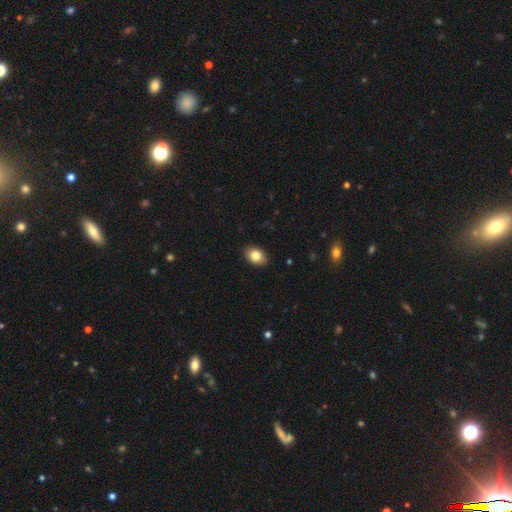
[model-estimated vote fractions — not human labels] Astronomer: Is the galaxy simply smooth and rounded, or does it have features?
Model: smooth — 84%.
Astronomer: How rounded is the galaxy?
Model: in between — 77%.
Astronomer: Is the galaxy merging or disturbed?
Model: none — 90%.